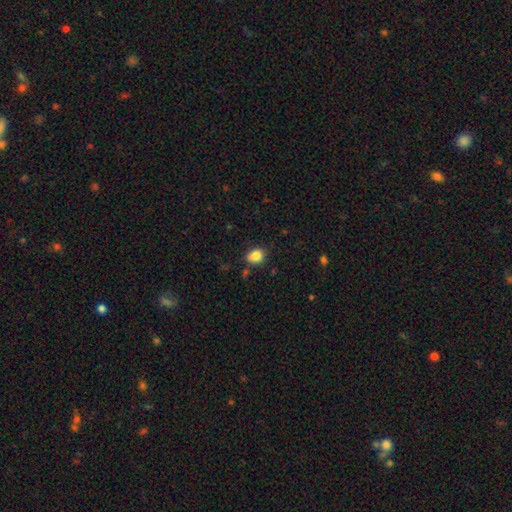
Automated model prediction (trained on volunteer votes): The model was most divided on "how rounded": in between: 60%, round: 39%, cigar-shaped: 1%. More confident: smooth or featured — smooth (86%); merging — none (77%).